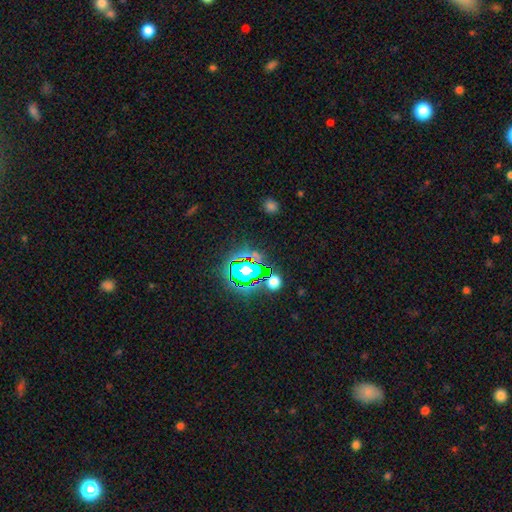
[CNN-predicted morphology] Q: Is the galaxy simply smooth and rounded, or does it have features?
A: star or artifact — 72%.